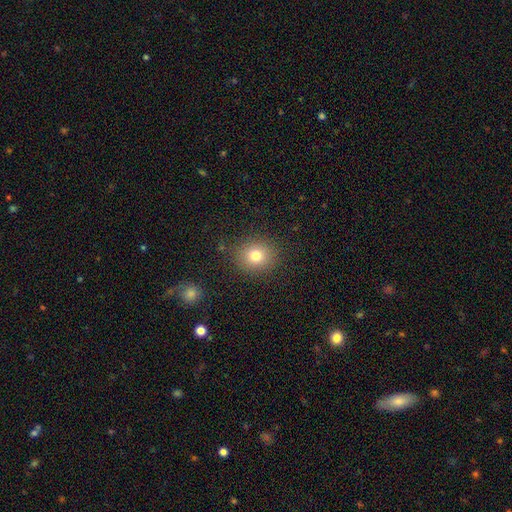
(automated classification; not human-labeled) The model was most divided on "how rounded": round: 78%, in between: 21%, cigar-shaped: 1%. More confident: merging — none (86%); smooth or featured — smooth (78%).